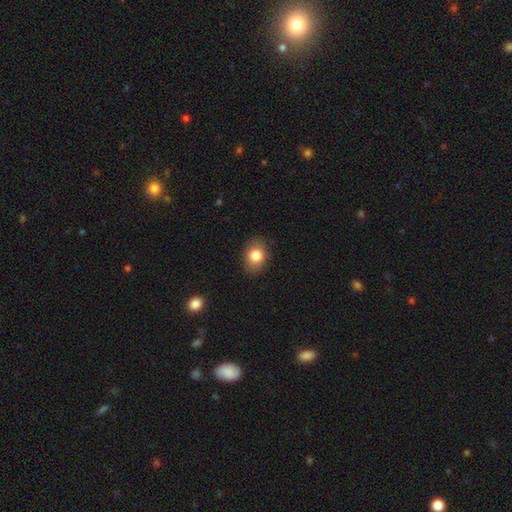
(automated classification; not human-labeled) Smooth or featured? smooth (82%)
How rounded? in between (64%)
Merging? none (86%)